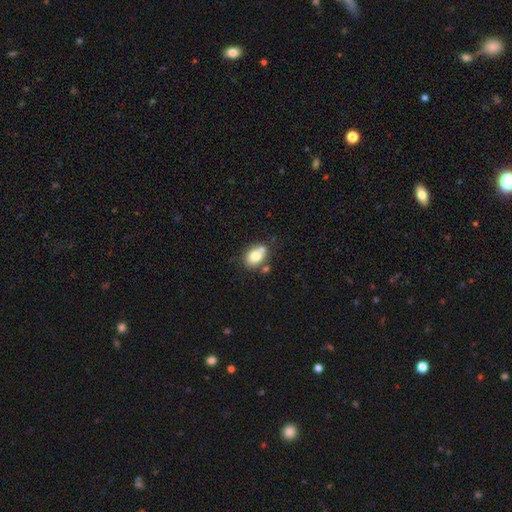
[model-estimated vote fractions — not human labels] This is likely a smooth galaxy (79%). How rounded: likely in between (61%). Merging: possibly none (58%).